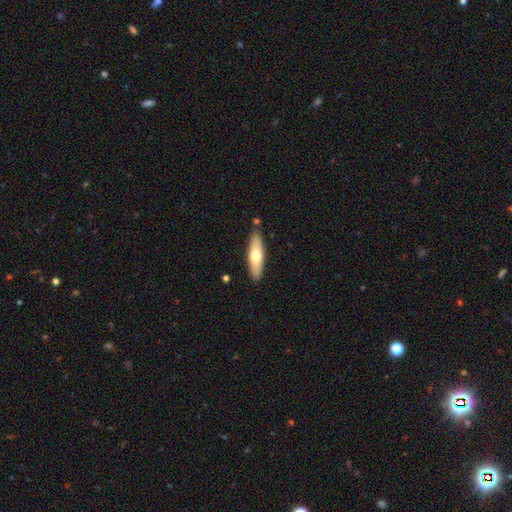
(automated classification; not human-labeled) smooth 59%, featured or disk 35%, star or artifact 5%. Down the decision tree: how rounded — cigar-shaped (59%); merging — none (86%).